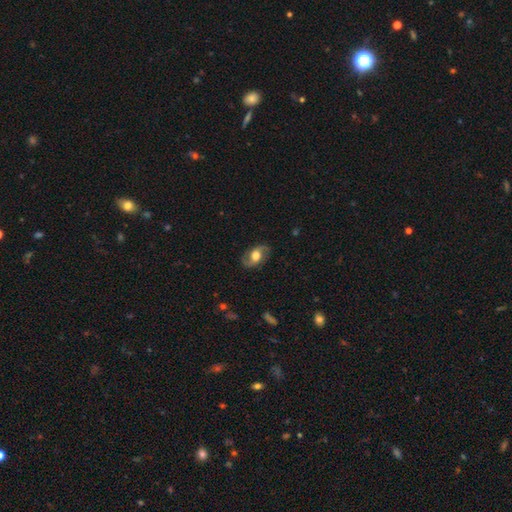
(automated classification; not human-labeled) featured or disk 66%, smooth 27%, star or artifact 7%. Down the decision tree: edge-on disk — no (94%); bar — no (55%); spiral arms — yes (85%); spiral arm count — 2 (91%); spiral winding — loose (44%); bulge size — moderate (46%); merging — none (80%).